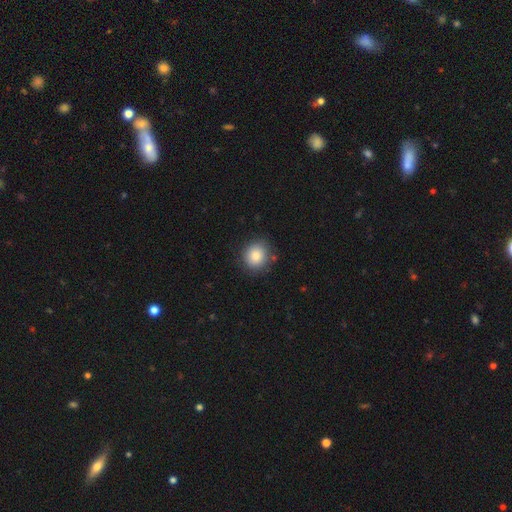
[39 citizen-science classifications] A smooth galaxy with no disk features (79%) that is round (81%).

Vote fractions:
- Smooth or featured? smooth: 79% / star or artifact: 13% / featured or disk: 8%
- How rounded? round: 81% / in between: 19% / cigar-shaped: 0%
- Merging? none: 74% / minor disturbance: 24% / major disturbance: 3% / merger: 0%